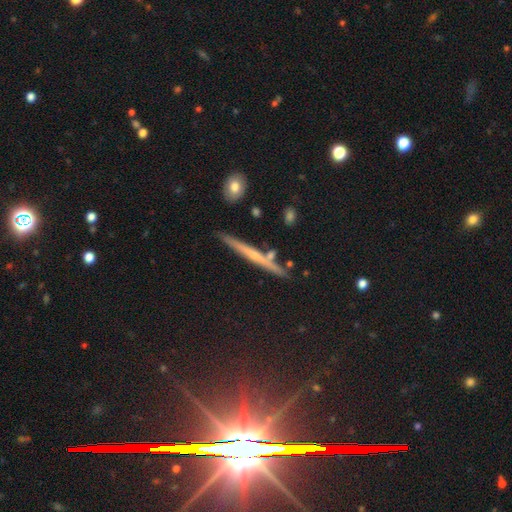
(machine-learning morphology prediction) Smooth or featured? featured or disk (60%)
Edge-on disk? yes (95%)
Edge-on bulge? none (51%)
Merging? none (83%)